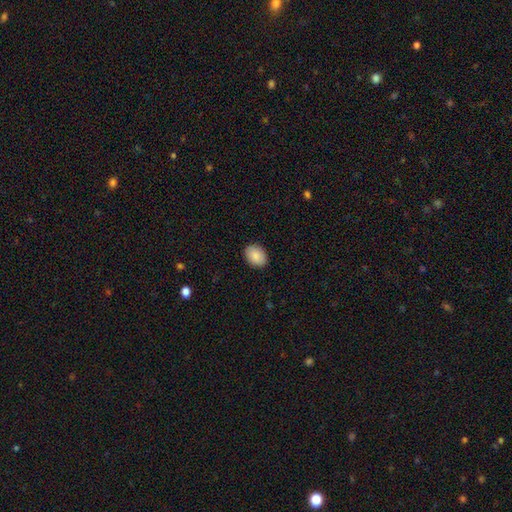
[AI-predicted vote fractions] This is clearly a smooth galaxy (89%). How rounded: likely in between (75%). Merging: clearly none (90%).